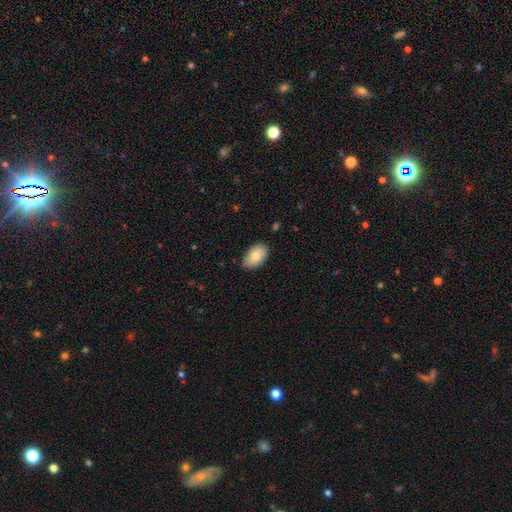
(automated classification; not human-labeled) Smooth or featured: smooth — 81% (featured or disk — 13%)
How rounded: in between — 93% (round — 6%)
Merging: none — 81% (minor disturbance — 15%)